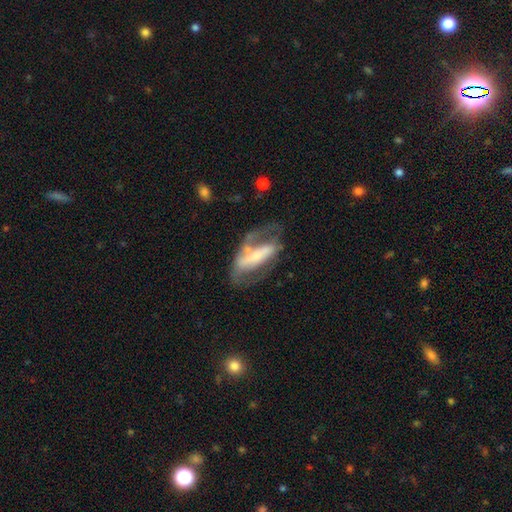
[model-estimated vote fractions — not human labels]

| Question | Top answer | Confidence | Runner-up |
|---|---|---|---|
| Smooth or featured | featured or disk | 73% | smooth (21%) |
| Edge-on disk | no | 85% | yes (15%) |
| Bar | strong | 63% | weak (19%) |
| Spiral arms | yes | 68% | no (32%) |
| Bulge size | small | 55% | moderate (30%) |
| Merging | none | 46% | major disturbance (28%) |